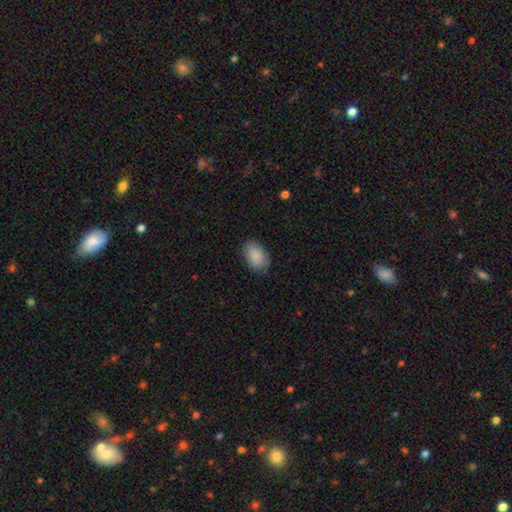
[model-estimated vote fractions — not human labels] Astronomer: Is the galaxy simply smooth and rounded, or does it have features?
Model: smooth — 89%.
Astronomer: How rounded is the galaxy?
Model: in between — 90%.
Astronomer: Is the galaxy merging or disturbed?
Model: none — 84%.